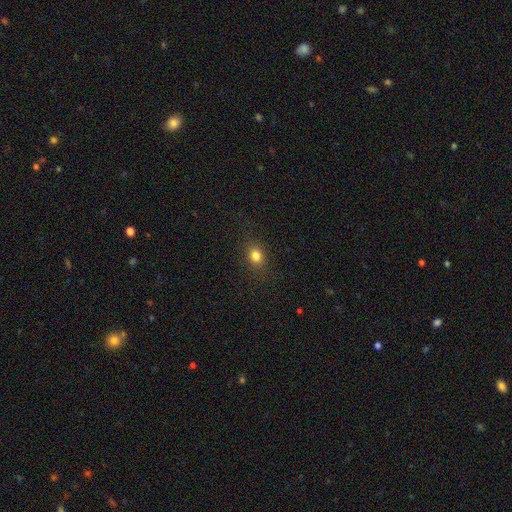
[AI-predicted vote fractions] Smooth or featured? Predicted: smooth (p=0.81). How rounded? Predicted: round (p=0.52). Merging? Predicted: none (p=0.86).